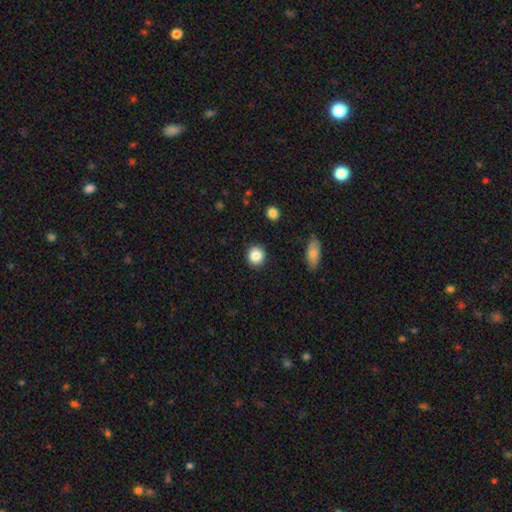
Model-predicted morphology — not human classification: Smooth or featured: smooth — 87% (star or artifact — 9%)
How rounded: round — 84% (in between — 15%)
Merging: none — 89% (minor disturbance — 7%)